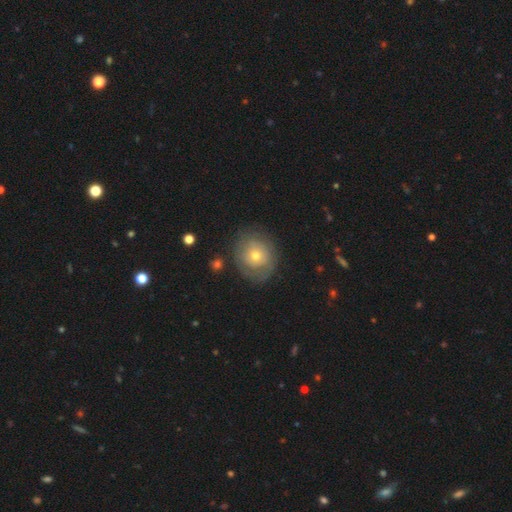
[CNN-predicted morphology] smooth_or_featured: smooth (p=0.52) [alt: featured or disk p=0.39]
how_rounded: round (p=0.80) [alt: in between p=0.19]
merging: none (p=0.73) [alt: minor disturbance p=0.17]